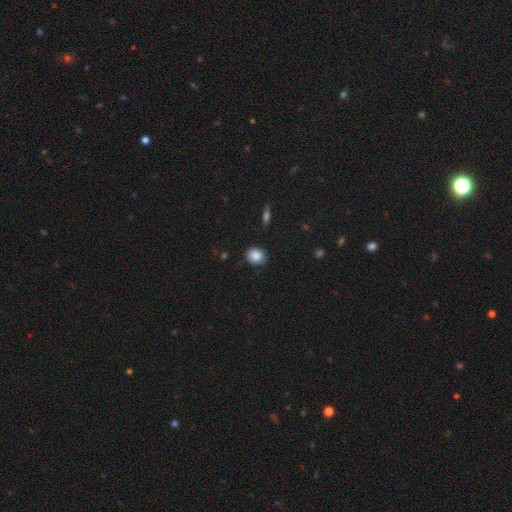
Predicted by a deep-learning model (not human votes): Smooth or featured: smooth — 87% (star or artifact — 8%)
How rounded: round — 58% (in between — 41%)
Merging: none — 83% (minor disturbance — 13%)